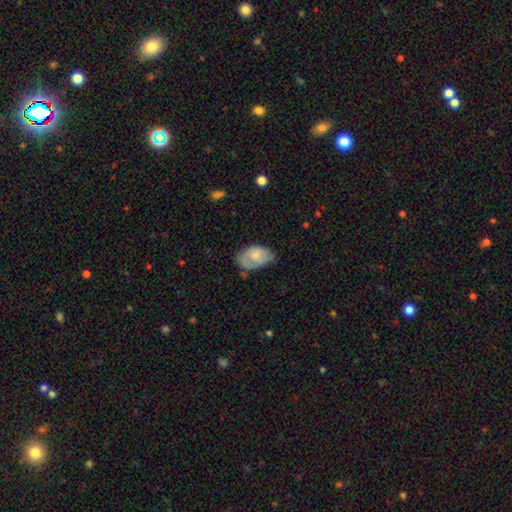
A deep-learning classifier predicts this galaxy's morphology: This is likely a smooth galaxy (61%). How rounded: clearly in between (89%). Merging: marginally none (40%, tied with minor disturbance).